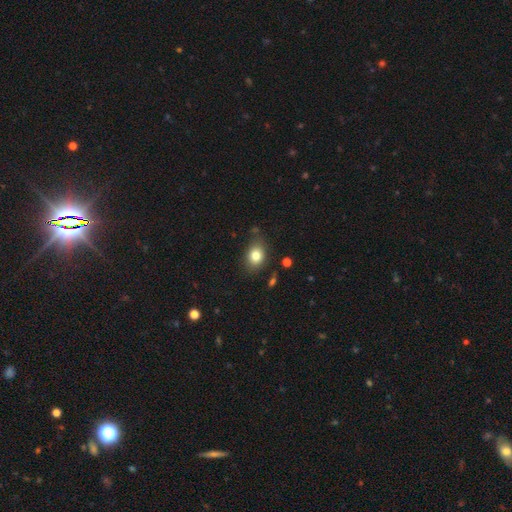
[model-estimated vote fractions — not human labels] Overall: smooth (82%). How rounded: in between (69%; round 30%). Merging: none (76%).